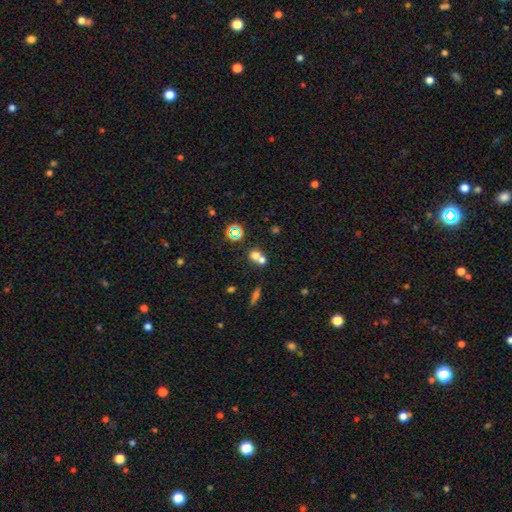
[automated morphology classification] type=smooth (62%); roundness=round (70%); merging=merger (60%).